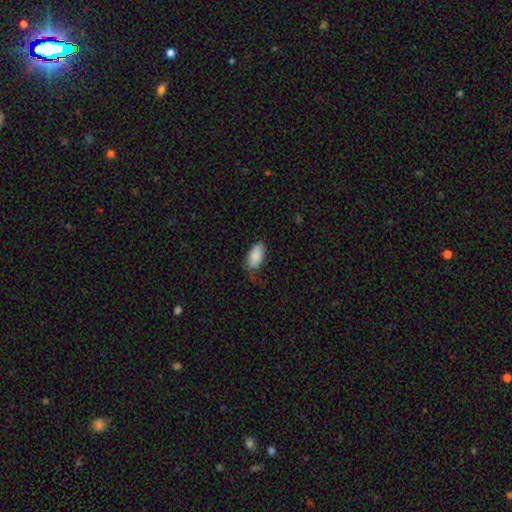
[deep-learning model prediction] A smooth galaxy with no disk features (86%) that is in between round and cigar-shaped (94%). Merging: none (56%).